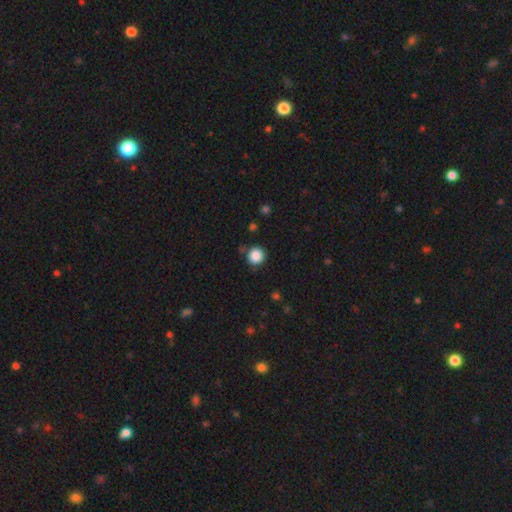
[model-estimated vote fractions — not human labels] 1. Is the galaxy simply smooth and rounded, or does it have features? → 86% smooth, 10% star or artifact, 4% featured or disk.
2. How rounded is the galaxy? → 94% round, 6% in between, 1% cigar-shaped.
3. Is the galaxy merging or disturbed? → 85% none, 9% minor disturbance, 3% merger, 3% major disturbance.